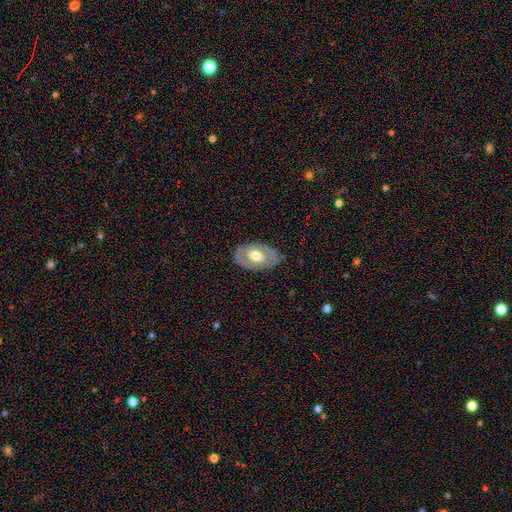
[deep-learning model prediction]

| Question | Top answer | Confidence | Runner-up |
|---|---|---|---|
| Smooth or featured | featured or disk | 57% | smooth (38%) |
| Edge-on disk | no | 90% | yes (10%) |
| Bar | no | 68% | weak (24%) |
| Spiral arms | no | 76% | yes (24%) |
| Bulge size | moderate | 61% | large (29%) |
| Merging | none | 81% | minor disturbance (14%) |